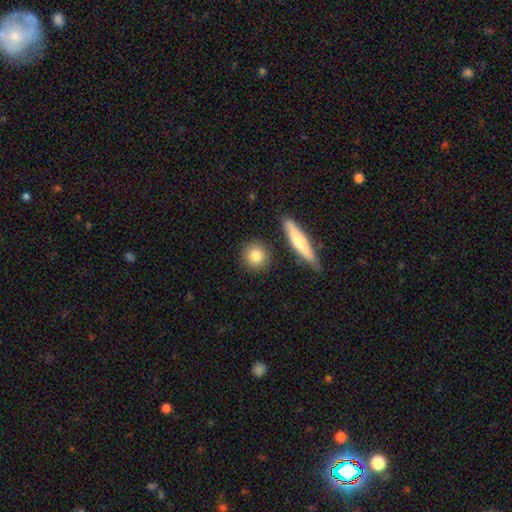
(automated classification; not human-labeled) Smooth or featured: smooth — 83% (featured or disk — 10%)
How rounded: round — 82% (in between — 12%)
Merging: none — 86% (minor disturbance — 8%)